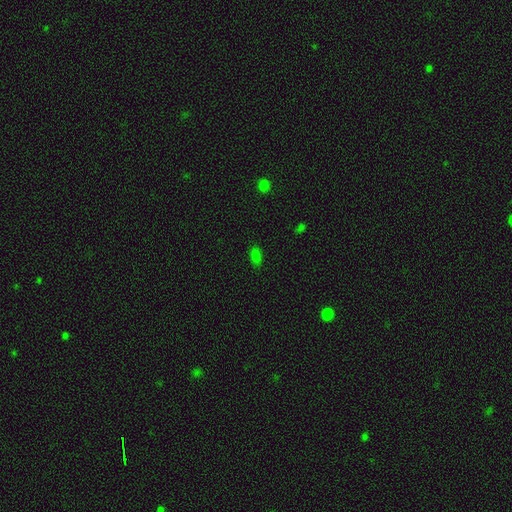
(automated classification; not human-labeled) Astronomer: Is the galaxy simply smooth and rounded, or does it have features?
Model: smooth — 78%.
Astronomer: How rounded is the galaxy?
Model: in between — 90%.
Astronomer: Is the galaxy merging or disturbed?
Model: none — 85%.